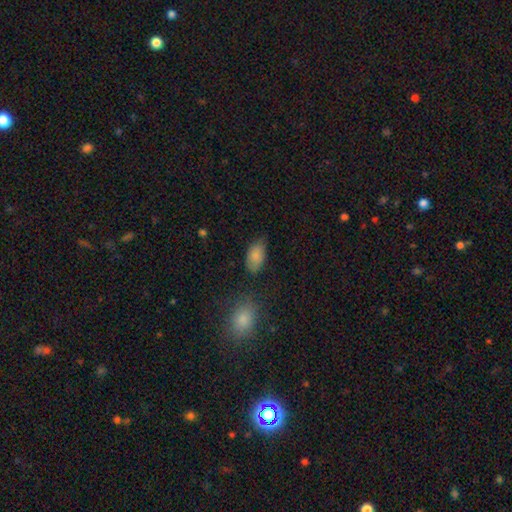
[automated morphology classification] smooth_or_featured: smooth (p=0.84) [alt: featured or disk p=0.09]
how_rounded: in between (p=0.93) [alt: round p=0.05]
merging: none (p=0.69) [alt: minor disturbance p=0.22]